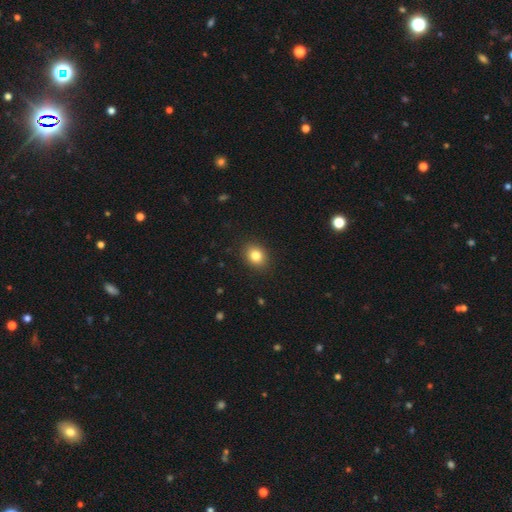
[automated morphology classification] Smooth or featured?
  - smooth: 83% *
  - star or artifact: 10%
  - featured or disk: 7%
How rounded?
  - round: 54% *
  - in between: 45%
  - cigar-shaped: 1%
Merging?
  - none: 89% *
  - minor disturbance: 8%
  - major disturbance: 2%
  - merger: 1%